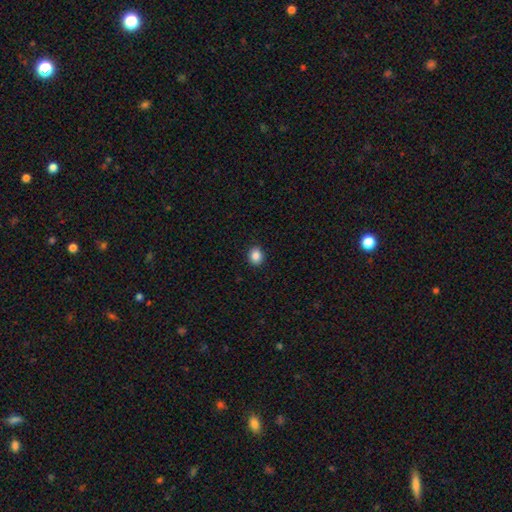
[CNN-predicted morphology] A smooth galaxy with no disk features (86%) that is round (72%).

Vote fractions:
- Smooth or featured? smooth: 86% / star or artifact: 10% / featured or disk: 4%
- How rounded? round: 72% / in between: 27% / cigar-shaped: 1%
- Merging? none: 91% / minor disturbance: 6% / major disturbance: 2% / merger: 1%